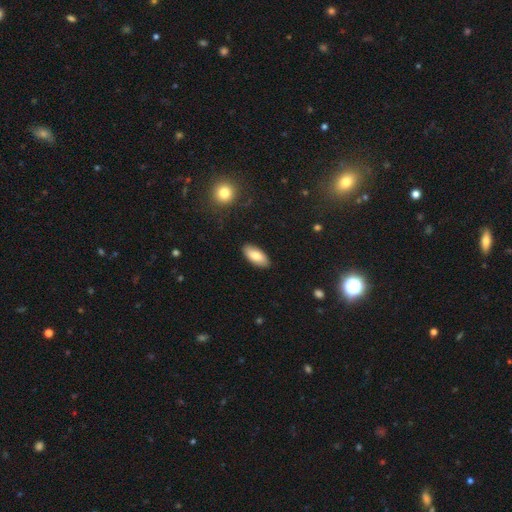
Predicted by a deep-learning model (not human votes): Smooth or featured? smooth (80%)
How rounded? in between (88%)
Merging? none (87%)